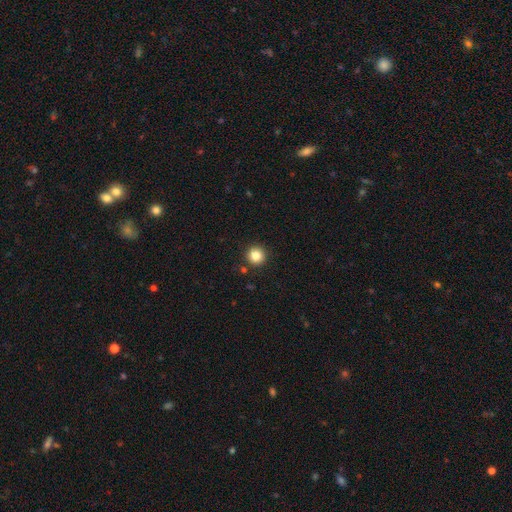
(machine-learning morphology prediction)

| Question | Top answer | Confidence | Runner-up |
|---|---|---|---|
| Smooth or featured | smooth | 85% | star or artifact (11%) |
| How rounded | round | 95% | in between (4%) |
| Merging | none | 91% | minor disturbance (5%) |